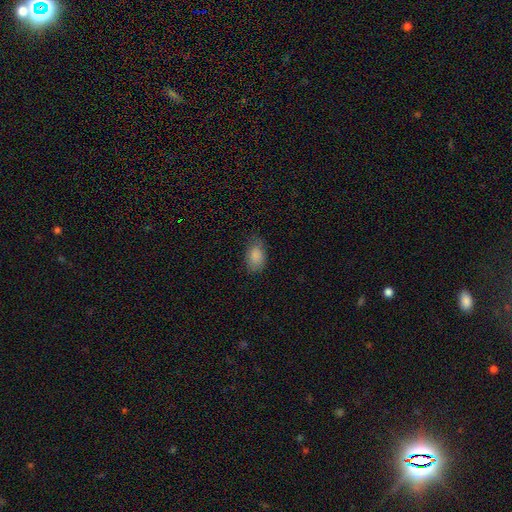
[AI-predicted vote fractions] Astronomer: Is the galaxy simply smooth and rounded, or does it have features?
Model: smooth — 86%.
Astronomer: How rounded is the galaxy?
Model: in between — 88%.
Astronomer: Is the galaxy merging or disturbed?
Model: none — 66%.